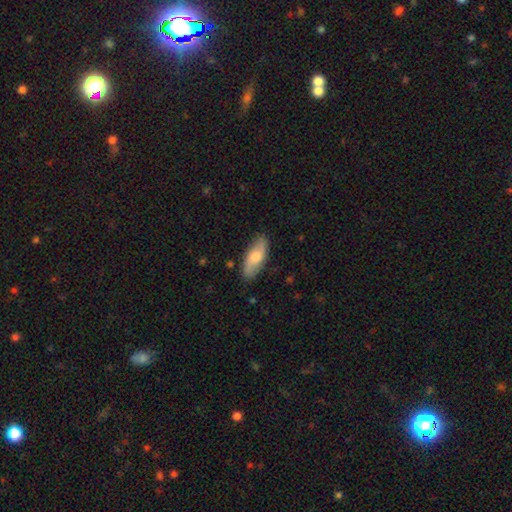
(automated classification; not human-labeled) This appears to be a smooth galaxy with no disk features (54%) that is in between round and cigar-shaped (75%). Merging: none (83%).